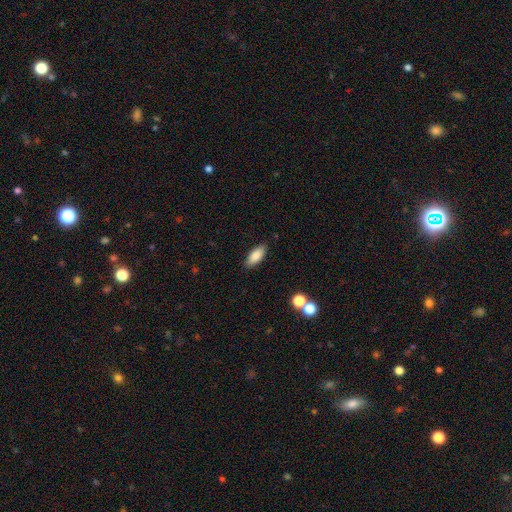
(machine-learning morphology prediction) smooth_or_featured: smooth (p=0.87) [alt: star or artifact p=0.07]
how_rounded: in between (p=0.82) [alt: cigar-shaped p=0.16]
merging: none (p=0.87) [alt: minor disturbance p=0.10]